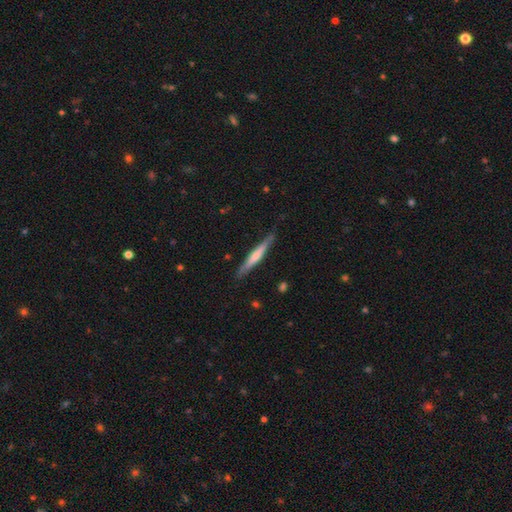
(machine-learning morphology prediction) Smooth or featured? featured or disk (52%)
Edge-on disk? yes (97%)
Merging? none (86%)